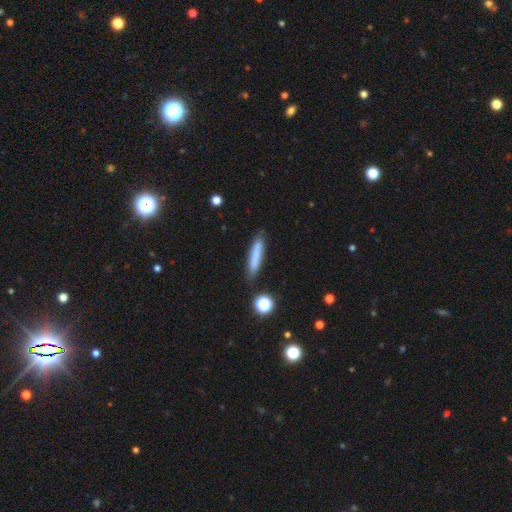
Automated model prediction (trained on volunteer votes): Smooth or featured? smooth (77%)
How rounded? cigar-shaped (90%)
Merging? none (84%)